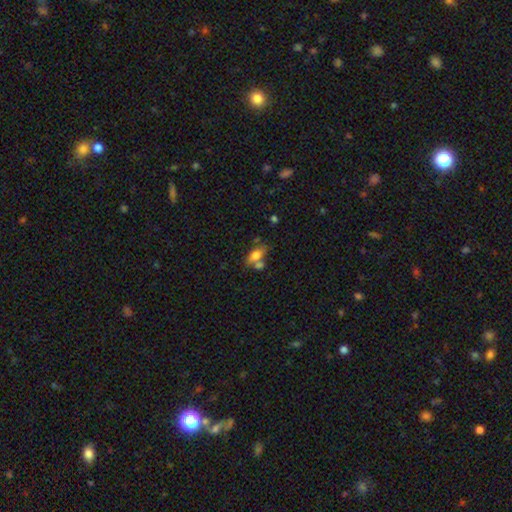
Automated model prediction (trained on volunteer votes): Overall: smooth (71%). How rounded: in between (83%). Merging: none (46%; merger 32%).